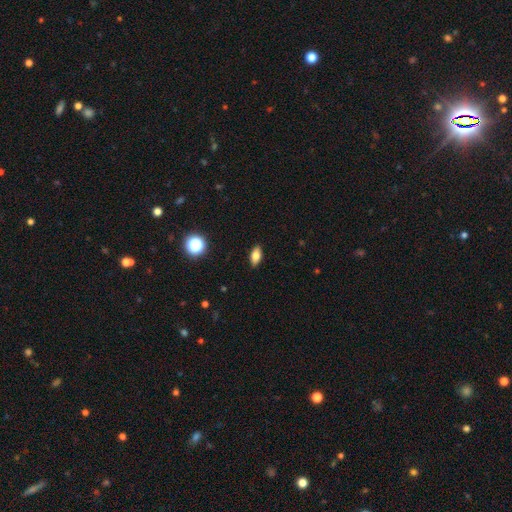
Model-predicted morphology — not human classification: Overall: smooth (77%). How rounded: in between (86%). Merging: none (89%).